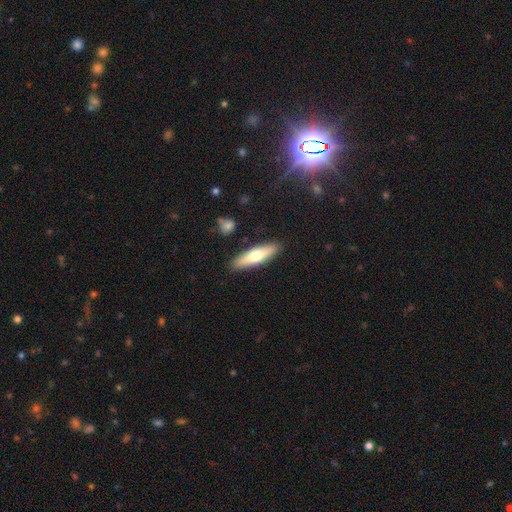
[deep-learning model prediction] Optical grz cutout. It shows a smooth galaxy with no disk features (62%) that is cigar-shaped (66%). Merging: none (88%).